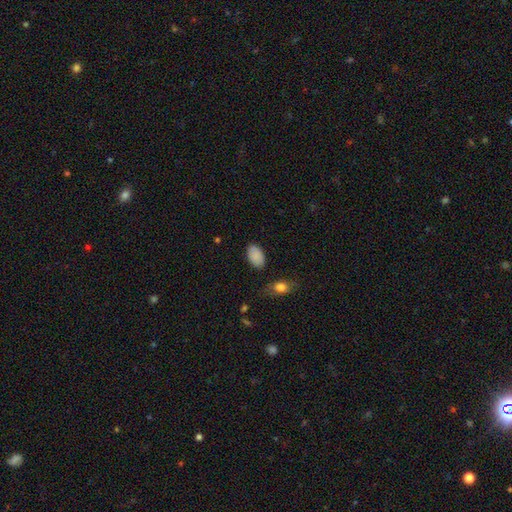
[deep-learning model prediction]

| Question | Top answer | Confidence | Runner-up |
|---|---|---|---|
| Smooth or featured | smooth | 89% | star or artifact (7%) |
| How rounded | in between | 93% | round (6%) |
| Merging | none | 82% | minor disturbance (13%) |